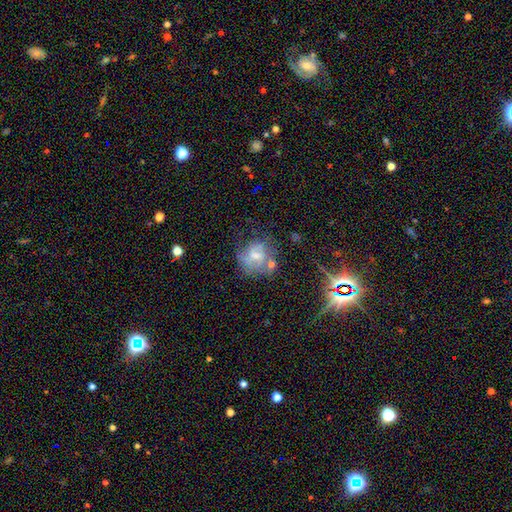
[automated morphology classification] This appears to be a featured or disk galaxy (47%). Merging: none (38%).